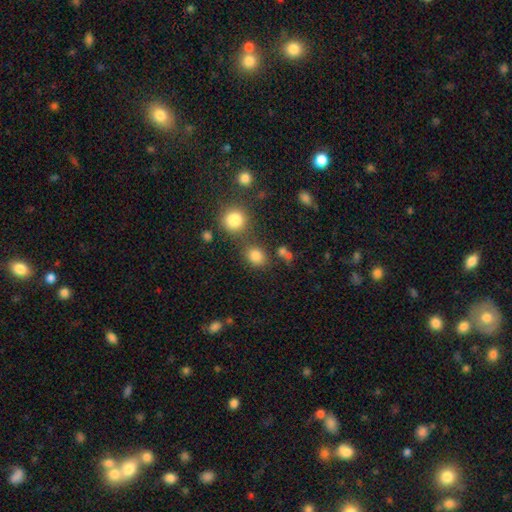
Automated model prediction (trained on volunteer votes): This is clearly a smooth galaxy (80%). How rounded: likely round (64%). Merging: likely none (68%).